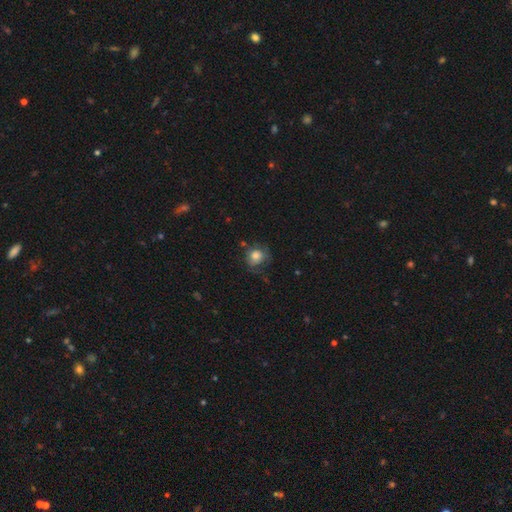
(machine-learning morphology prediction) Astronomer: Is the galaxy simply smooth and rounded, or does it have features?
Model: smooth — 71%.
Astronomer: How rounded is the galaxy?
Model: round — 78%.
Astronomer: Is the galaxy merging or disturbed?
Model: none — 51% (runner-up: minor disturbance, 28%).